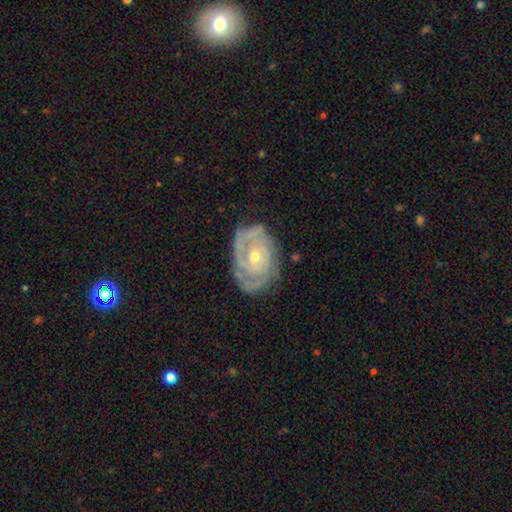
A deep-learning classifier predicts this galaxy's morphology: smooth-or-featured: featured or disk: 84% | smooth: 10% | star or artifact: 6%
  disk-edge-on: no: 96% | yes: 4%
    bar: no: 71% | weak: 24% | strong: 5%
    has-spiral-arms: yes: 92% | no: 8%
      spiral-winding: tight: 67% | medium: 27% | loose: 7%
      spiral-arm-count: can't tell: 32% (tied) | 2: 32% (tied) | 3: 19% | 4: 6% | 1: 6% | more than 4: 4%
    bulge-size: small: 58% | moderate: 39% | large: 1% | none: 1% | dominant: 1%
  merging: none: 66% | minor disturbance: 23% | major disturbance: 9% | merger: 2%